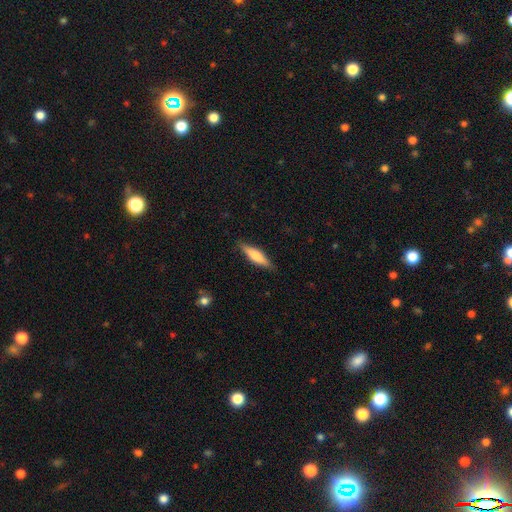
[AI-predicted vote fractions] Overall: smooth (62%; featured or disk 32%). How rounded: cigar-shaped (72%). Merging: none (86%).